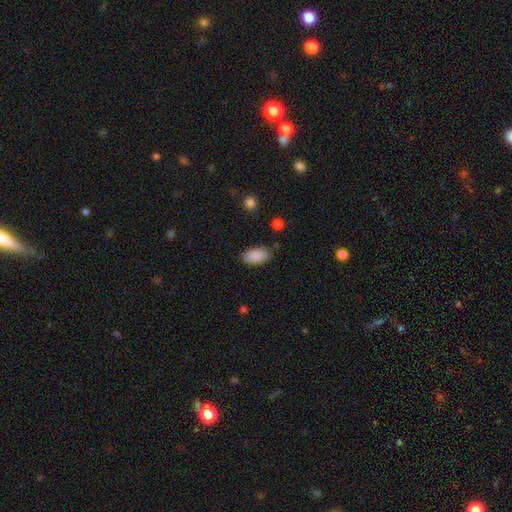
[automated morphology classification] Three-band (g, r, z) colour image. It shows a smooth galaxy with no disk features (89%) that is in between round and cigar-shaped (94%). Merging: none (84%).